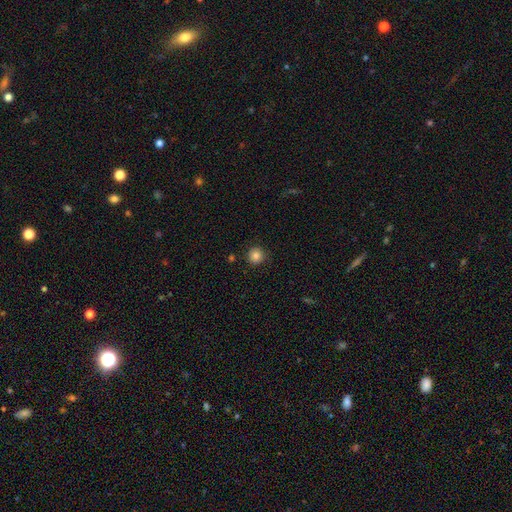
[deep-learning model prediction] A smooth galaxy with no disk features (83%) that is round (94%). Merging: none (89%).